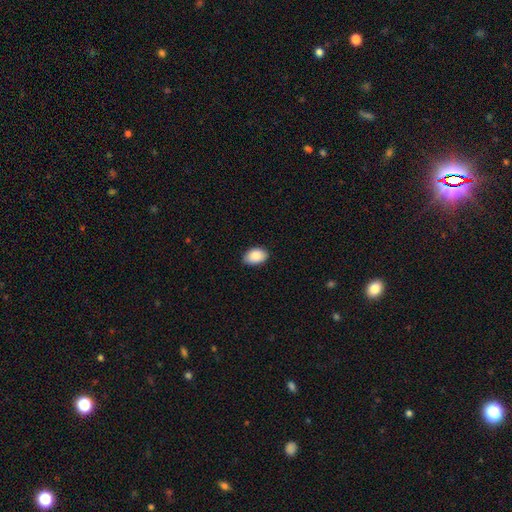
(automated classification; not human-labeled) This is clearly a smooth galaxy (89%). How rounded: clearly in between (89%). Merging: clearly none (84%).